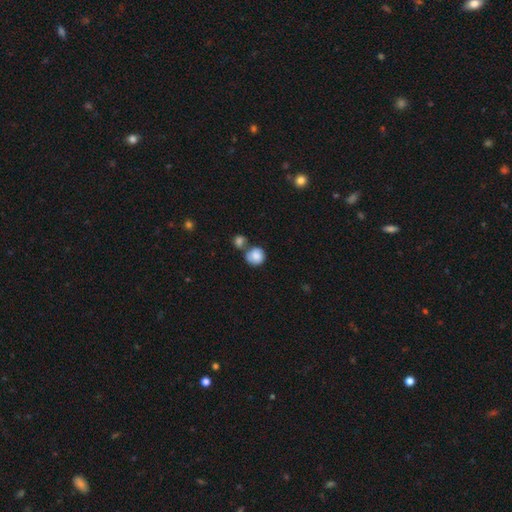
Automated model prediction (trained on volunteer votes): This is clearly a smooth galaxy (84%). How rounded: clearly round (87%). Merging: possibly none (47%).